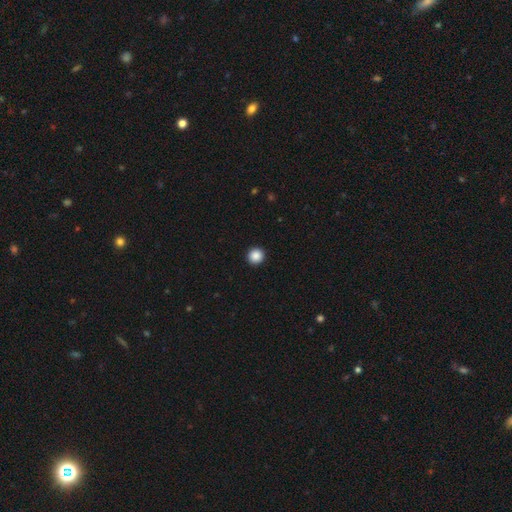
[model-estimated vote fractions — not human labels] This is clearly a smooth galaxy (88%). How rounded: clearly round (96%). Merging: clearly none (94%).